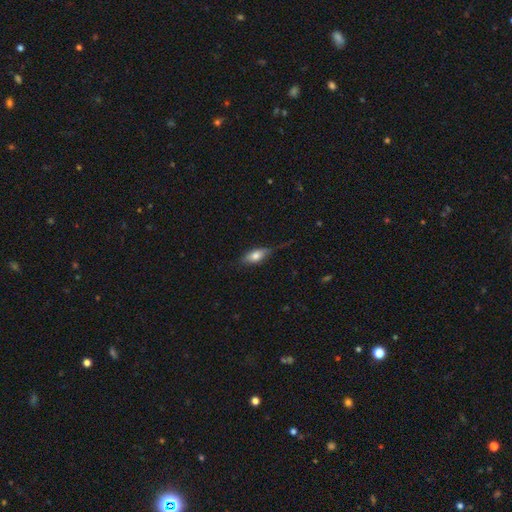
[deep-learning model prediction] Smooth or featured? smooth (71%)
How rounded? in between (79%)
Merging? none (59%)